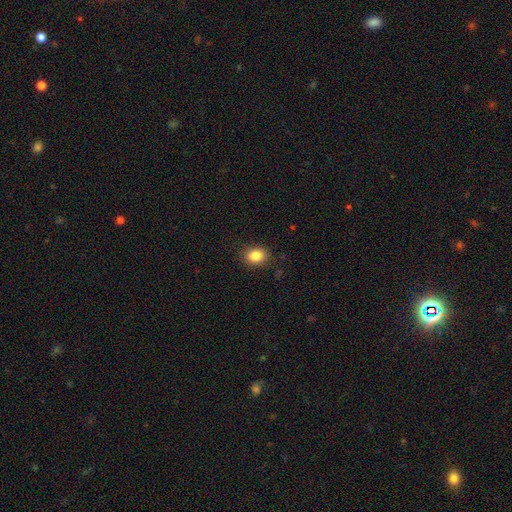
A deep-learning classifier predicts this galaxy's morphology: A smooth galaxy with no disk features (85%) that is in between round and cigar-shaped (50%). Merging: none (87%).